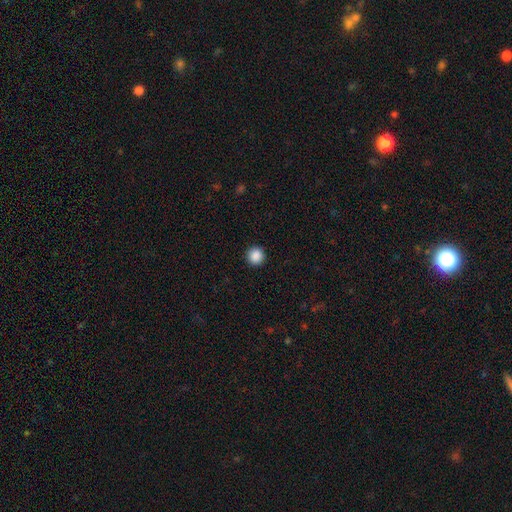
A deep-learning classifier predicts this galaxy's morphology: This is clearly a smooth galaxy (88%). How rounded: clearly round (94%). Merging: clearly none (92%).